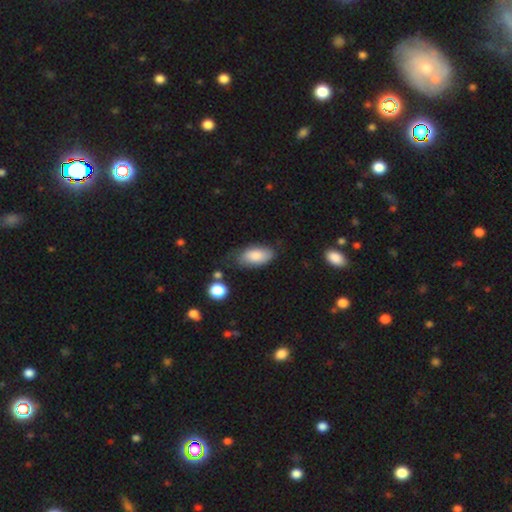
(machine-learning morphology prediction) A smooth galaxy with no disk features (81%) that is in between round and cigar-shaped (92%).

Vote fractions:
- Smooth or featured? smooth: 81% / featured or disk: 12% / star or artifact: 7%
- How rounded? in between: 92% / cigar-shaped: 5% / round: 3%
- Merging? none: 65% / minor disturbance: 25% / major disturbance: 7% / merger: 4%